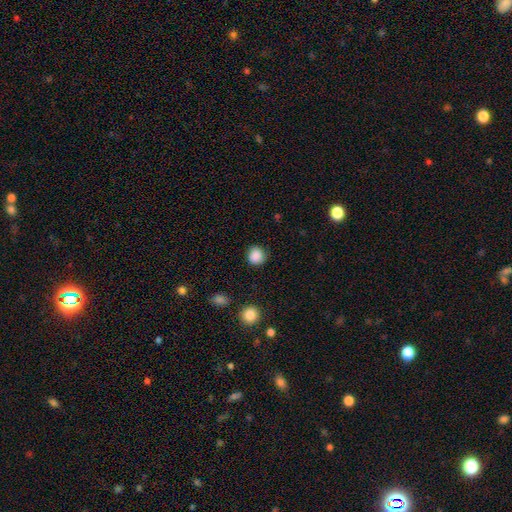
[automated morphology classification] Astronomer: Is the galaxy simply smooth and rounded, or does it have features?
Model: smooth — 87%.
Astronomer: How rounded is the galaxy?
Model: round — 89%.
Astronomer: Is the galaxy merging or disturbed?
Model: none — 84%.